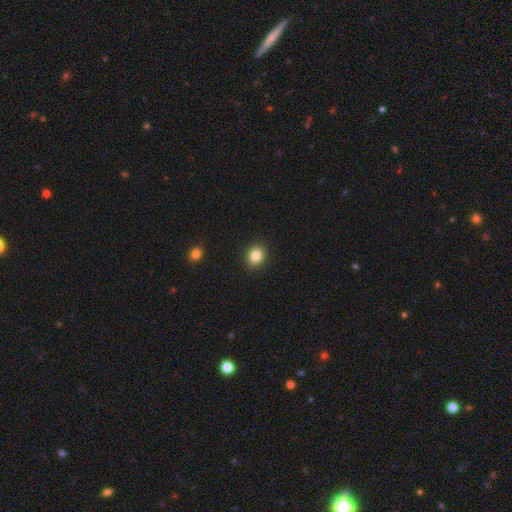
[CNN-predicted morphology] smooth-or-featured: smooth: 84% | star or artifact: 10% | featured or disk: 6%
  how-rounded: round: 60% | in between: 39% | cigar-shaped: 1%
  merging: none: 90% | minor disturbance: 7% | major disturbance: 2% | merger: 1%